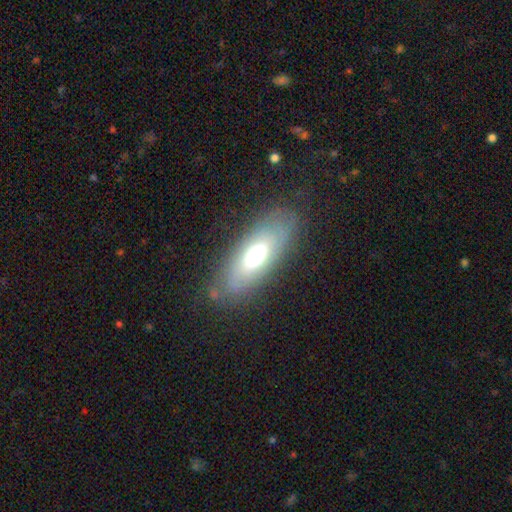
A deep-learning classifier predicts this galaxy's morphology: smooth_or_featured: smooth (p=0.54) [alt: featured or disk p=0.38]
how_rounded: in between (p=0.76) [alt: cigar-shaped p=0.21]
merging: none (p=0.78) [alt: minor disturbance p=0.15]